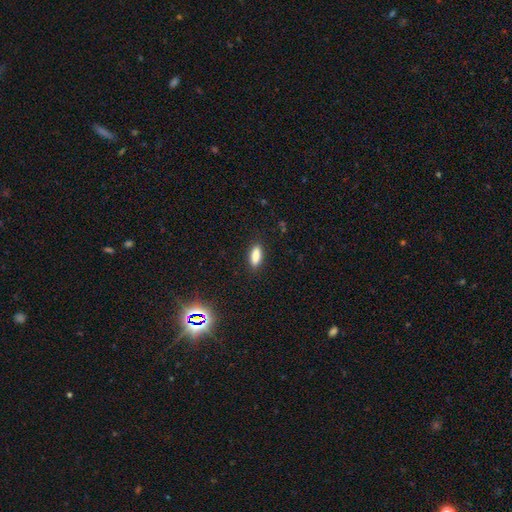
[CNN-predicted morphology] A smooth galaxy with no disk features (85%) that is in between round and cigar-shaped (69%).

Vote fractions:
- Smooth or featured? smooth: 85% / star or artifact: 9% / featured or disk: 6%
- How rounded? in between: 69% / cigar-shaped: 28% / round: 3%
- Merging? none: 87% / minor disturbance: 9% / major disturbance: 2% / merger: 1%